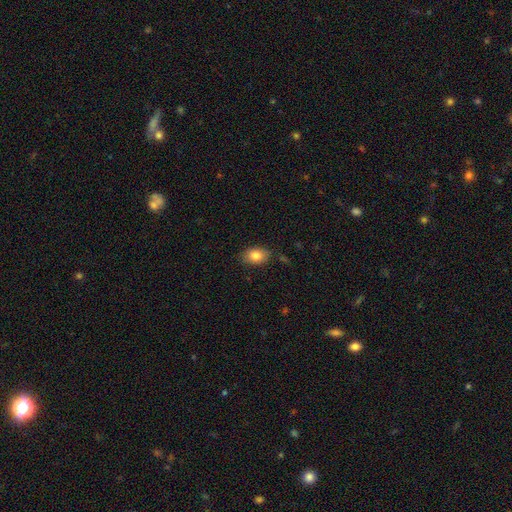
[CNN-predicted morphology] The model was most divided on "how rounded": in between: 81%, round: 17%, cigar-shaped: 1%. More confident: smooth or featured — smooth (84%); merging — none (83%).